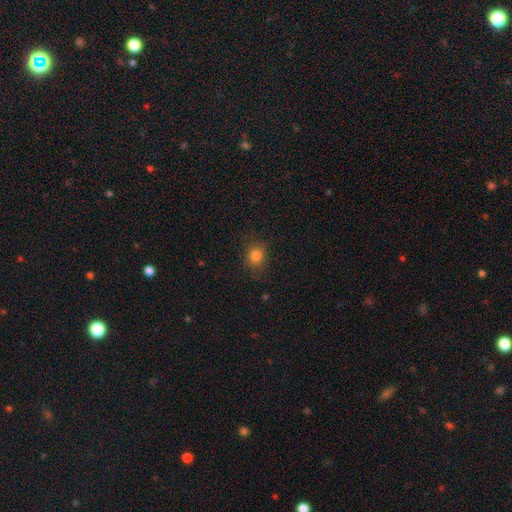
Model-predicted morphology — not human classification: Overall: smooth (82%). How rounded: round (76%). Merging: none (83%).